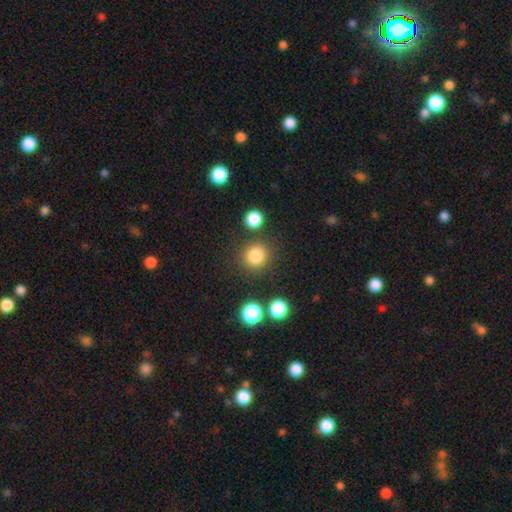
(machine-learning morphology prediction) Smooth or featured? smooth (82%)
How rounded? round (90%)
Merging? none (84%)